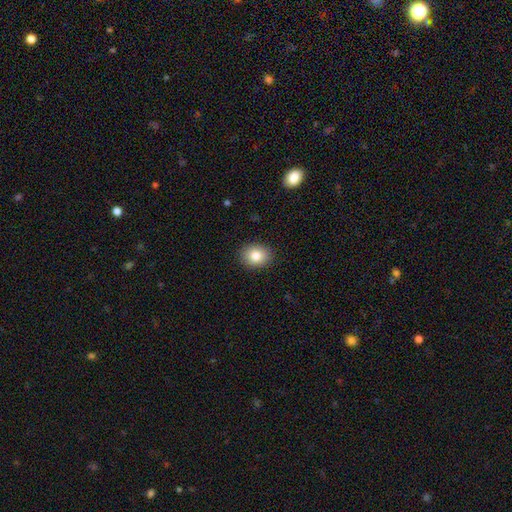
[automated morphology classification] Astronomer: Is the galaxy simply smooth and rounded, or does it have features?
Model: smooth — 83%.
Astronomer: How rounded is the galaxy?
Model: round — 53% (runner-up: in between, 47%).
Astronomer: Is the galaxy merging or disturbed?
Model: none — 90%.